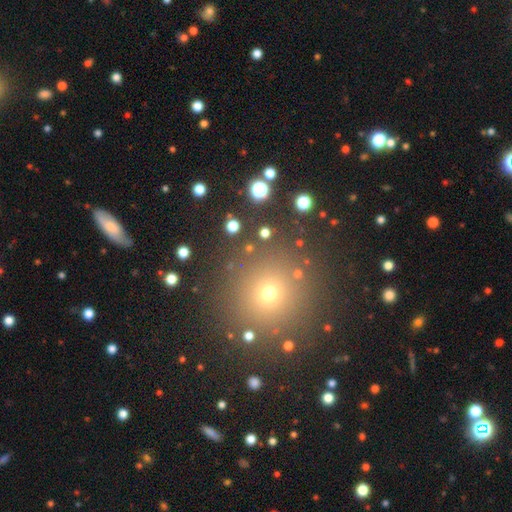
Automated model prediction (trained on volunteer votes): Smooth or featured?
  - smooth: 52% *
  - star or artifact: 36%
  - featured or disk: 12%
How rounded?
  - round: 93% *
  - in between: 6%
  - cigar-shaped: 1%
Merging?
  - none: 87% *
  - minor disturbance: 7%
  - major disturbance: 3%
  - merger: 3%